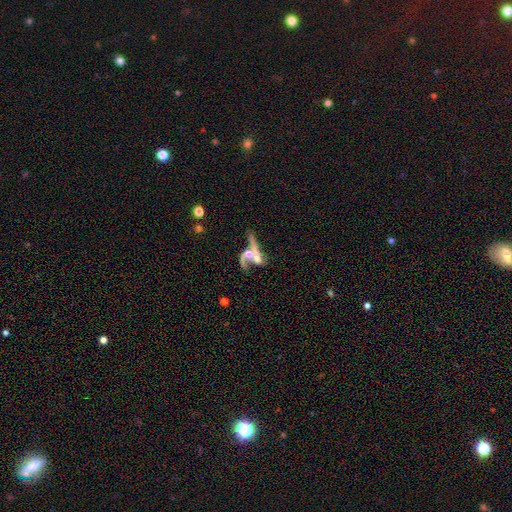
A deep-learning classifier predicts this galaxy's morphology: Smooth or featured?
  - featured or disk: 71% *
  - smooth: 20%
  - star or artifact: 9%
Edge-on disk?
  - no: 81% *
  - yes: 19%
Bar?
  - no: 62% *
  - weak: 26%
  - strong: 12%
Spiral arms?
  - yes: 73% *
  - no: 27%
Bulge size?
  - moderate: 47% *
  - small: 23%
  - none: 15%
  - large: 13%
  - dominant: 3%
Merging?
  - merger: 60% *
  - none: 18%
  - major disturbance: 13%
  - minor disturbance: 8%